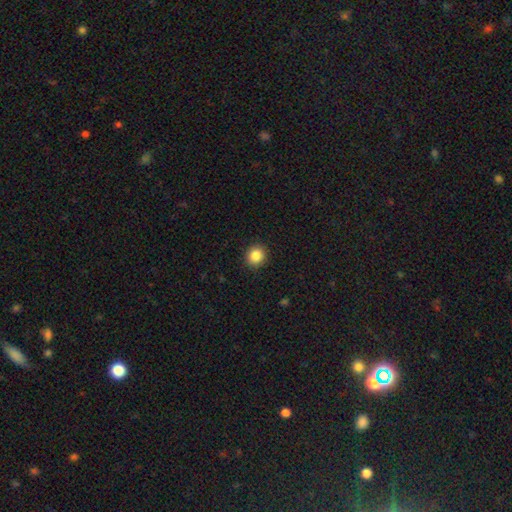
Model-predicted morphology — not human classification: The model was most divided on "how rounded": round: 86%, in between: 13%, cigar-shaped: 1%. More confident: merging — none (91%); smooth or featured — smooth (86%).